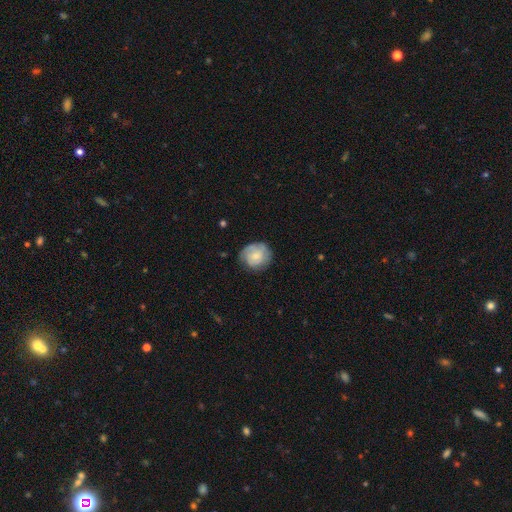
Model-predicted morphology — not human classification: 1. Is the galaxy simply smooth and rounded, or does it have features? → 52% smooth, 41% featured or disk, 7% star or artifact.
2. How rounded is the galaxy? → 83% round, 16% in between, 1% cigar-shaped.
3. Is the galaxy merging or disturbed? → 70% none, 22% minor disturbance, 6% major disturbance, 1% merger.